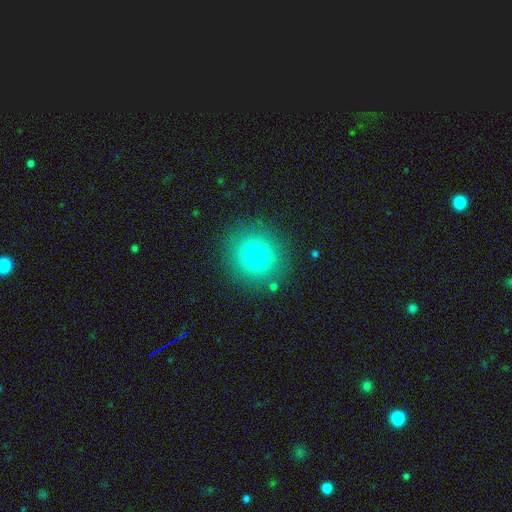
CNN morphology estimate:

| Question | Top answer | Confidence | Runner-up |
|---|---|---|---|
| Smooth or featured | smooth | 77% | star or artifact (14%) |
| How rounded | round | 93% | in between (6%) |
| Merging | none | 88% | minor disturbance (7%) |